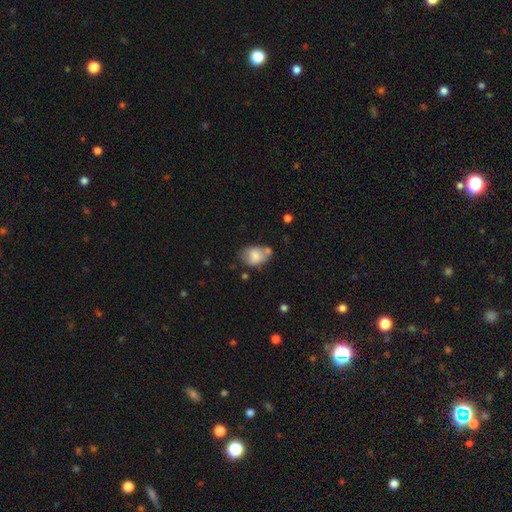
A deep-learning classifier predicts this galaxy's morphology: Smooth or featured? smooth (72%)
How rounded? in between (75%)
Merging? none (44%)